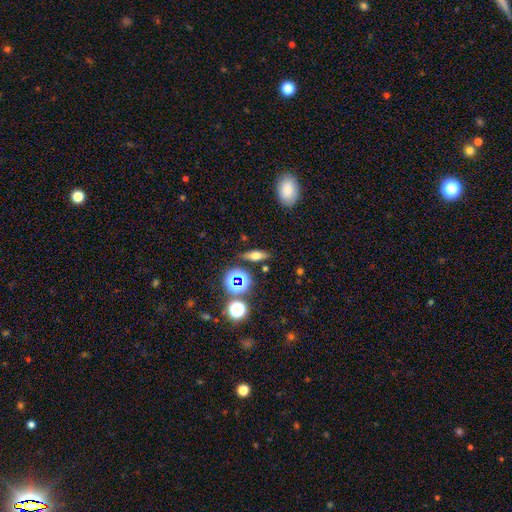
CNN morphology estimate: This is possibly a smooth galaxy (51%). How rounded: possibly in between (48%). Merging: clearly none (84%).